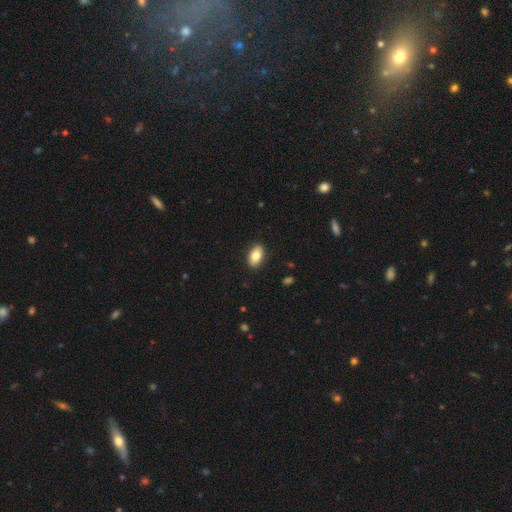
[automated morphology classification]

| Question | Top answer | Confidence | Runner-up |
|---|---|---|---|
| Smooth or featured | smooth | 81% | featured or disk (12%) |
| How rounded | in between | 92% | round (5%) |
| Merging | none | 89% | minor disturbance (8%) |